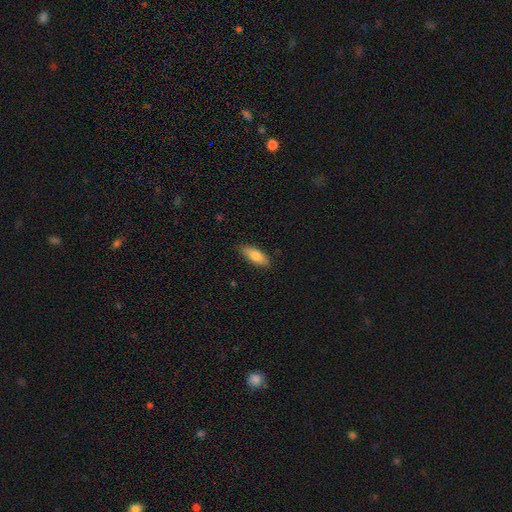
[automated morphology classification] A smooth galaxy with no disk features (80%) that is in between round and cigar-shaped (70%).

Vote fractions:
- Smooth or featured? smooth: 80% / featured or disk: 13% / star or artifact: 6%
- How rounded? in between: 70% / cigar-shaped: 28% / round: 2%
- Merging? none: 85% / minor disturbance: 12% / major disturbance: 2% / merger: 1%